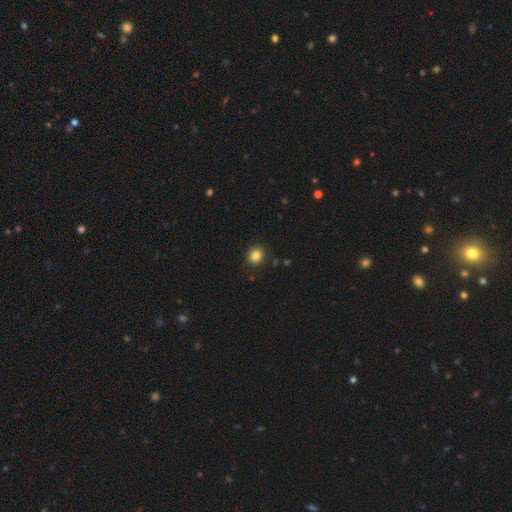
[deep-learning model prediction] smooth_or_featured: smooth (p=0.83) [alt: star or artifact p=0.12]
how_rounded: round (p=0.89) [alt: in between p=0.10]
merging: none (p=0.91) [alt: minor disturbance p=0.06]